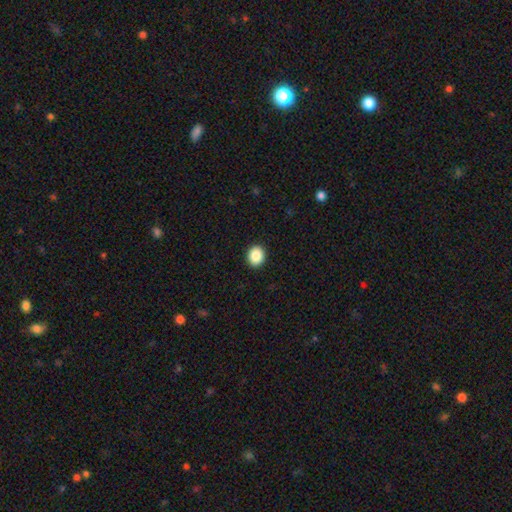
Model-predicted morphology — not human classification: This is clearly a smooth galaxy (89%). How rounded: likely round (64%). Merging: clearly none (92%).